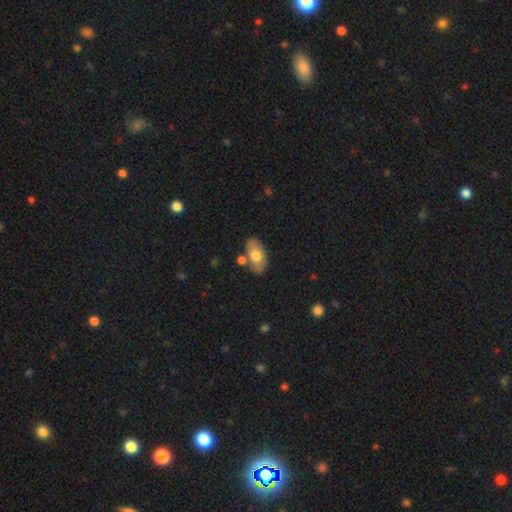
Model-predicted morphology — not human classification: Smooth or featured? smooth (70%)
How rounded? in between (92%)
Merging? none (72%)